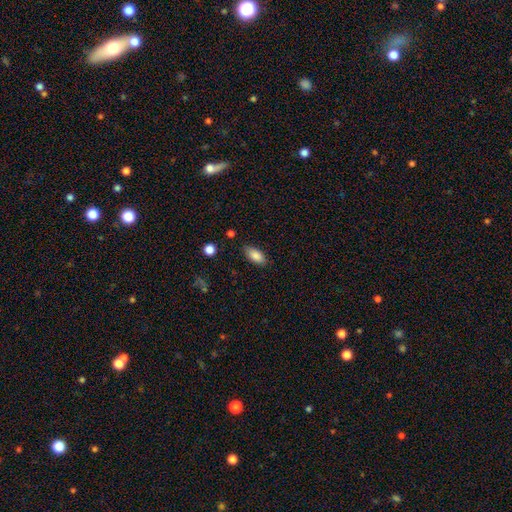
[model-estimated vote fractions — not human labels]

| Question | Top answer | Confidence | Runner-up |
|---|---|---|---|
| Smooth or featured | smooth | 86% | star or artifact (7%) |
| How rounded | in between | 90% | cigar-shaped (7%) |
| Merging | none | 83% | minor disturbance (13%) |